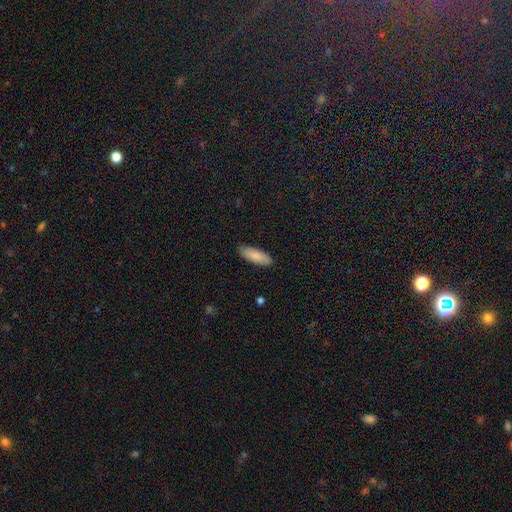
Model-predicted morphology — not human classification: type=smooth (86%); roundness=in between (65%); merging=none (87%).